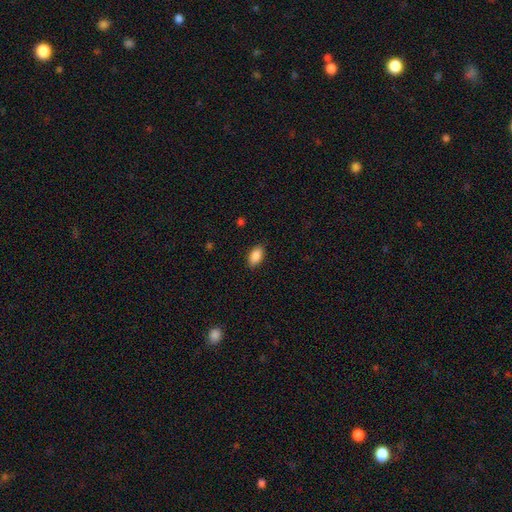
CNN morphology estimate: smooth-or-featured: smooth: 88% | star or artifact: 7% | featured or disk: 5%
  how-rounded: in between: 92% | round: 4% | cigar-shaped: 4%
  merging: none: 87% | minor disturbance: 10% | major disturbance: 2% | merger: 1%